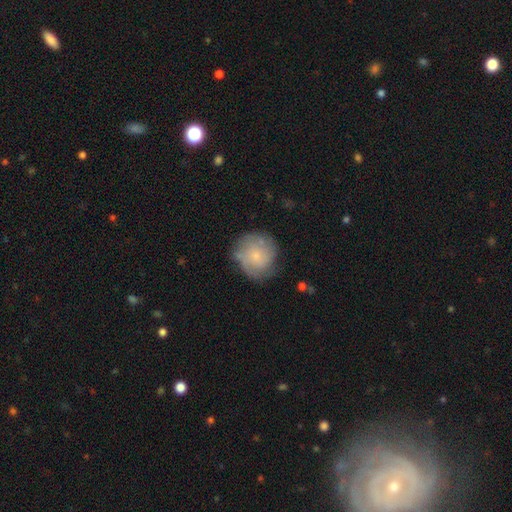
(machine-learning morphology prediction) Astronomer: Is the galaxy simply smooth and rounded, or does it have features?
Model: smooth — 53% (runner-up: featured or disk, 40%).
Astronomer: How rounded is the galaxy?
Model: round — 89%.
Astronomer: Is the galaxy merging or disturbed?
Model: none — 67%.